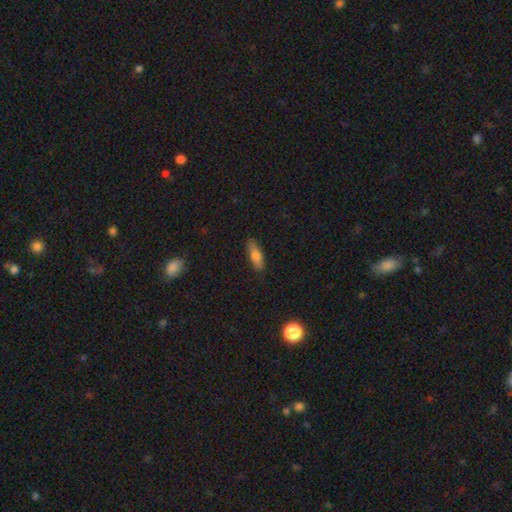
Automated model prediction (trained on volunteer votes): smooth 72%, featured or disk 20%, star or artifact 7%. Down the decision tree: how rounded — in between (54%); merging — none (86%).